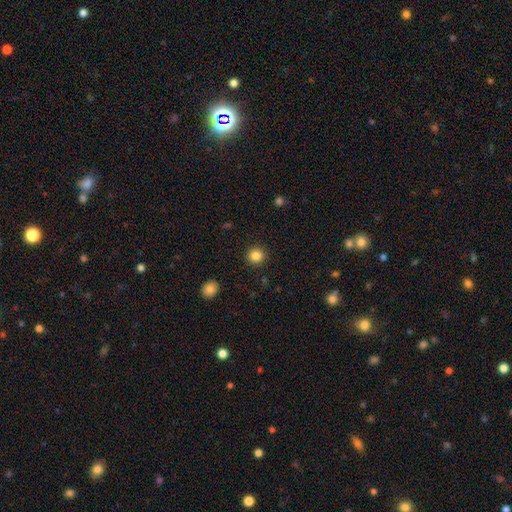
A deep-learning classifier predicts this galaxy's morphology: Overall: smooth (85%). How rounded: round (93%). Merging: none (92%).